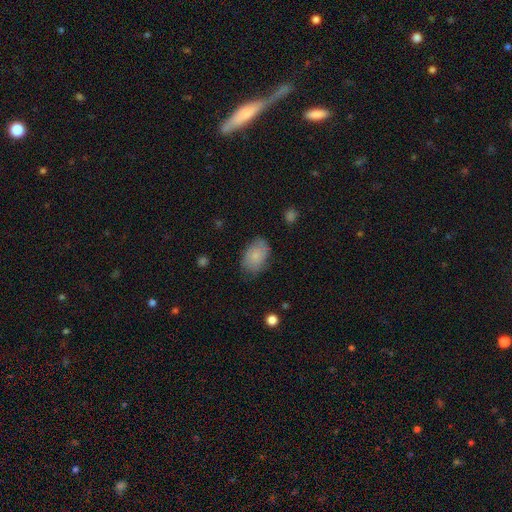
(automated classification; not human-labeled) Morphology: type=smooth (75%); roundness=in between (88%); merging=none (72%).